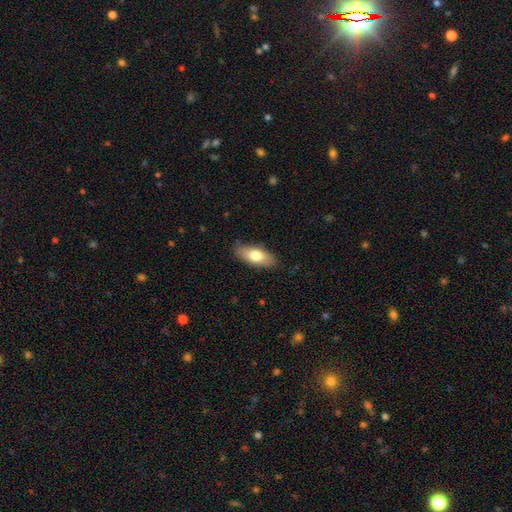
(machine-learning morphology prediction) smooth 71%, featured or disk 22%, star or artifact 6%. Down the decision tree: how rounded — in between (84%); merging — none (82%).